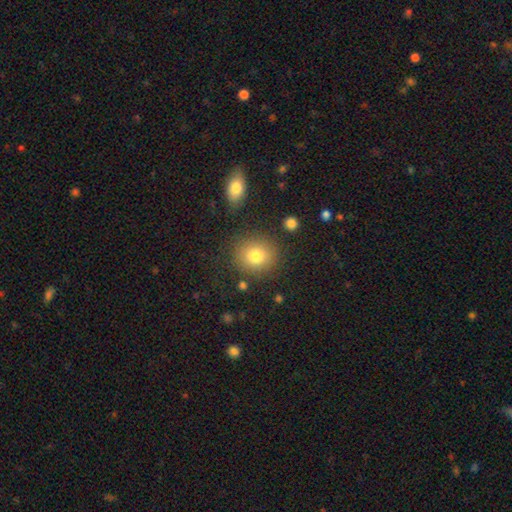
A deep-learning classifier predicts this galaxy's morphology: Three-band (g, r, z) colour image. It shows a smooth galaxy with no disk features (79%) that is round (85%). Merging: none (84%).